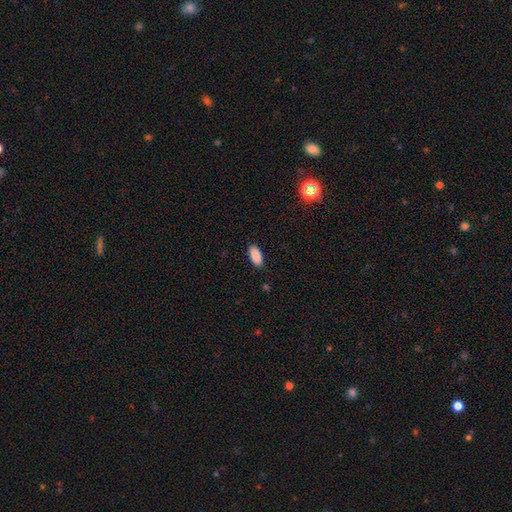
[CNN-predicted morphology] smooth 90%, star or artifact 7%, featured or disk 3%. Down the decision tree: how rounded — in between (91%); merging — none (88%).